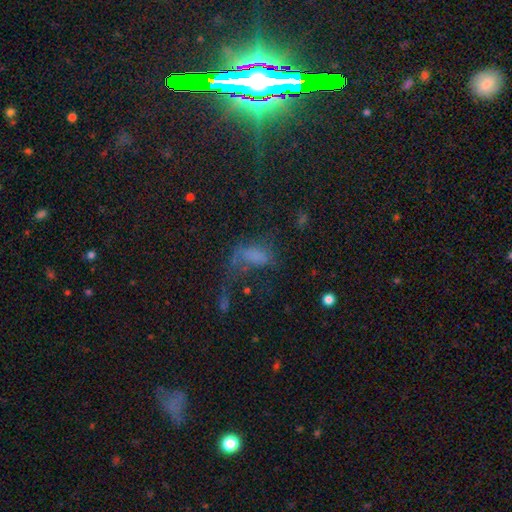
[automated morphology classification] This is possibly a smooth galaxy (54%). How rounded: clearly in between (85%). Merging: possibly major disturbance (53%).